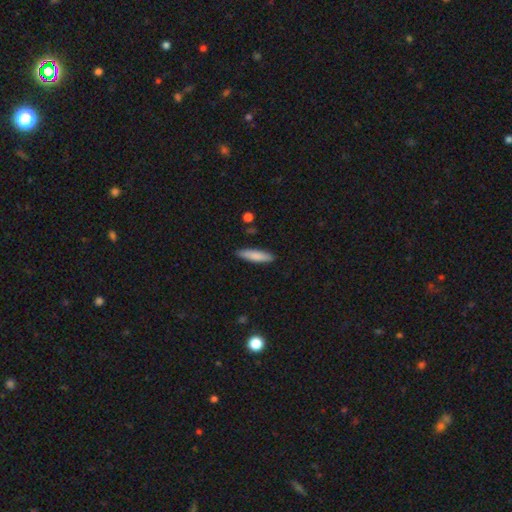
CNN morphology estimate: Smooth or featured?
  - smooth: 82% *
  - featured or disk: 12%
  - star or artifact: 6%
How rounded?
  - cigar-shaped: 78% *
  - in between: 20%
  - round: 1%
Merging?
  - none: 88% *
  - minor disturbance: 8%
  - major disturbance: 2%
  - merger: 2%